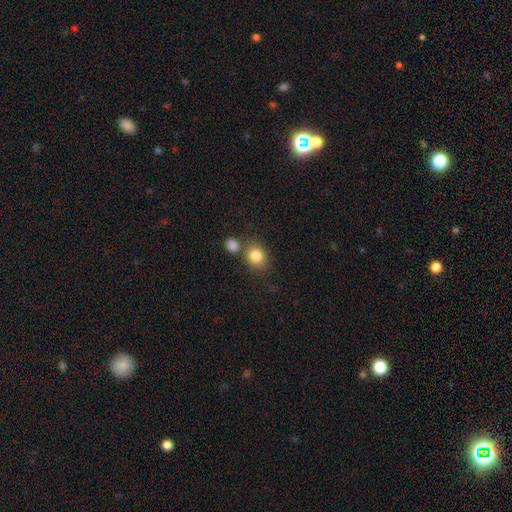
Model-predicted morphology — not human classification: Q: Smooth or featured?
A: smooth (83%); runner-up: star or artifact (10%)
Q: How rounded?
A: round (64%); runner-up: in between (35%)
Q: Merging?
A: none (66%); runner-up: merger (19%)